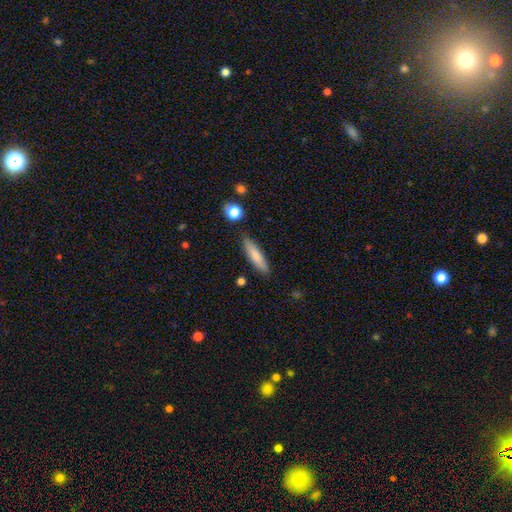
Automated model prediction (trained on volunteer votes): The model was most divided on "how rounded": cigar-shaped: 78%, in between: 20%, round: 2%. More confident: merging — none (85%); smooth or featured — smooth (78%).